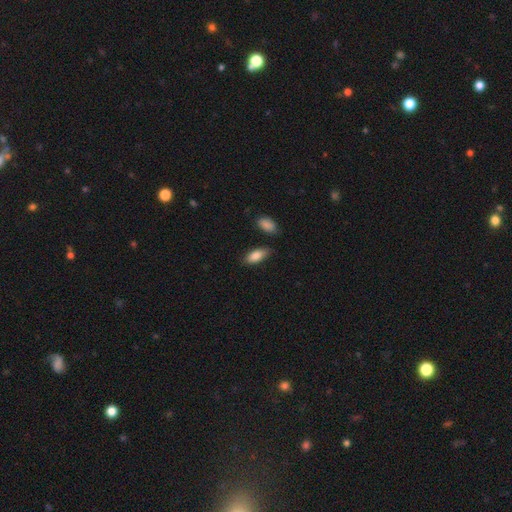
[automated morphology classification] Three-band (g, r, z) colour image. It shows a smooth galaxy with no disk features (85%) that is in between round and cigar-shaped (84%). Merging: none (77%).